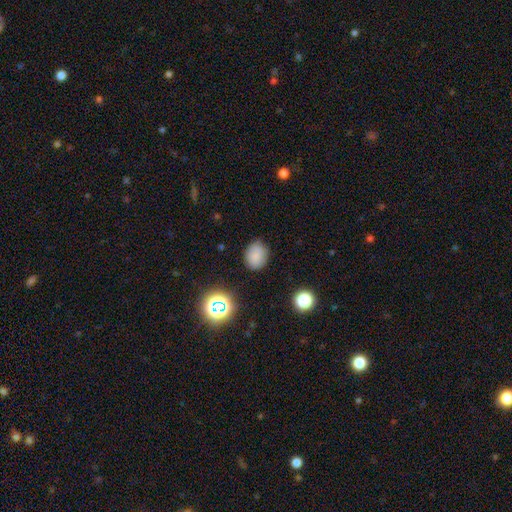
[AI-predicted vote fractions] smooth-or-featured: smooth: 80% | star or artifact: 14% | featured or disk: 6%
  how-rounded: round: 50% | in between: 49% | cigar-shaped: 1%
  merging: none: 81% | minor disturbance: 14% | major disturbance: 3% | merger: 2%